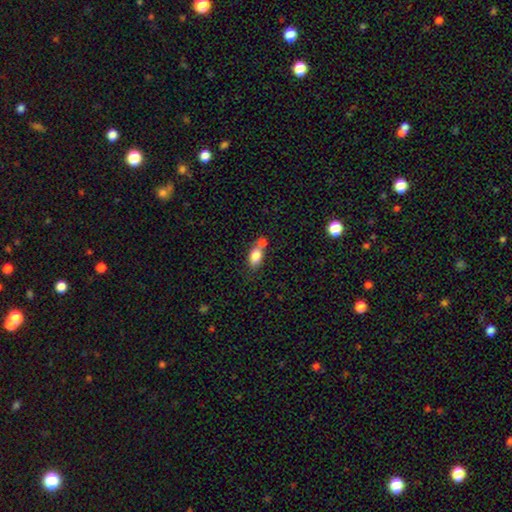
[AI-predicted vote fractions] The model was most divided on "merging": merger: 45%, none: 41%, minor disturbance: 10%, major disturbance: 4%. More confident: how rounded — in between (84%); smooth or featured — smooth (82%).